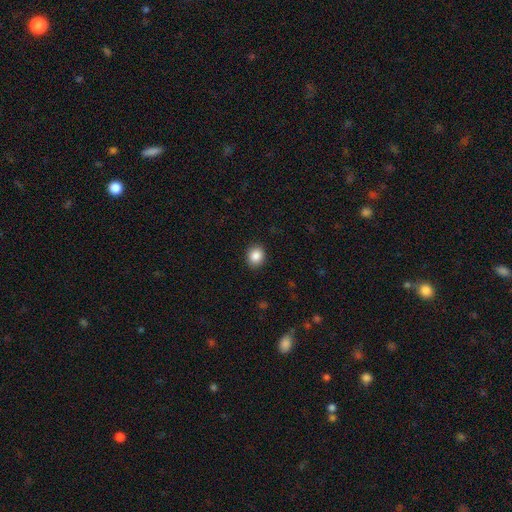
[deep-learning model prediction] Smooth or featured? smooth (87%)
How rounded? round (68%)
Merging? none (90%)